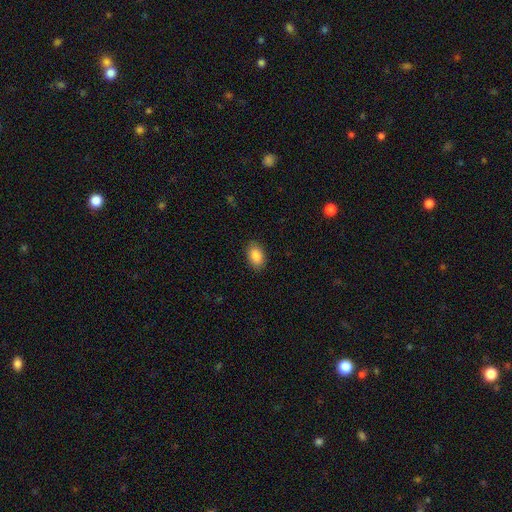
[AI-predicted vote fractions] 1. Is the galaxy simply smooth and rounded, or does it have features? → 87% smooth, 7% star or artifact, 5% featured or disk.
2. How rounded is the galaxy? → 89% in between, 10% round, 1% cigar-shaped.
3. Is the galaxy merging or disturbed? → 88% none, 9% minor disturbance, 2% major disturbance, 1% merger.